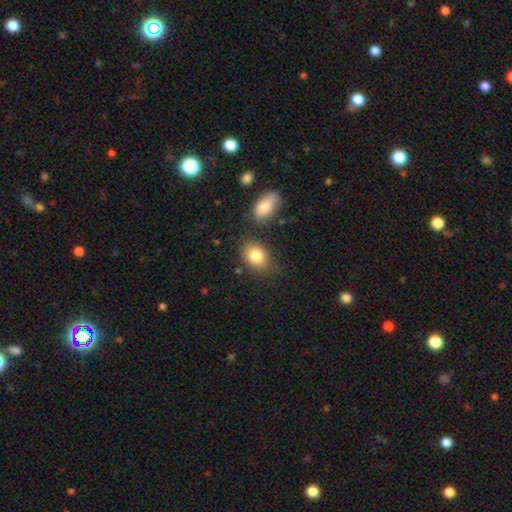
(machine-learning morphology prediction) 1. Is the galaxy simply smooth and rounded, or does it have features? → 83% smooth, 9% featured or disk, 8% star or artifact.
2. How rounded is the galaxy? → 69% in between, 30% round, 1% cigar-shaped.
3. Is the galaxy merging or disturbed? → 68% none, 18% minor disturbance, 9% merger, 5% major disturbance.